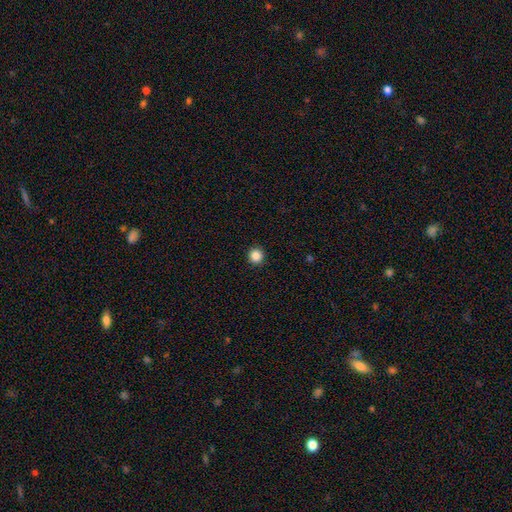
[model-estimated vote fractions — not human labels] smooth 86%, star or artifact 10%, featured or disk 3%. Down the decision tree: how rounded — round (95%); merging — none (93%).